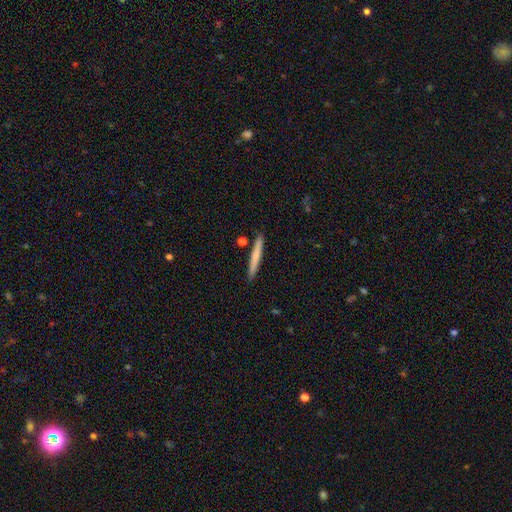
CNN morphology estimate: type=smooth (68%); roundness=cigar-shaped (96%); merging=none (89%).